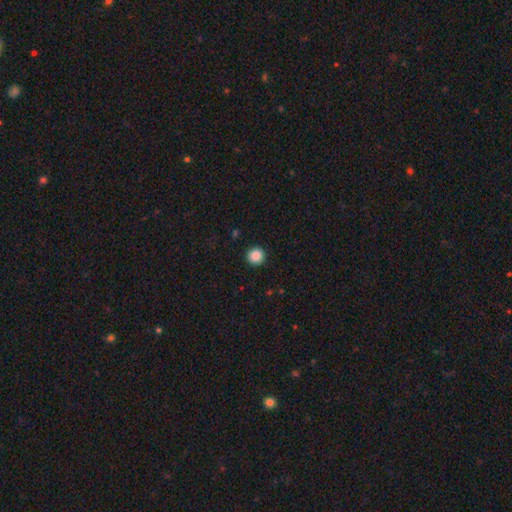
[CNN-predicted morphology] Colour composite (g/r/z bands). It shows a smooth galaxy with no disk features (88%) that is round (95%). Merging: none (93%).